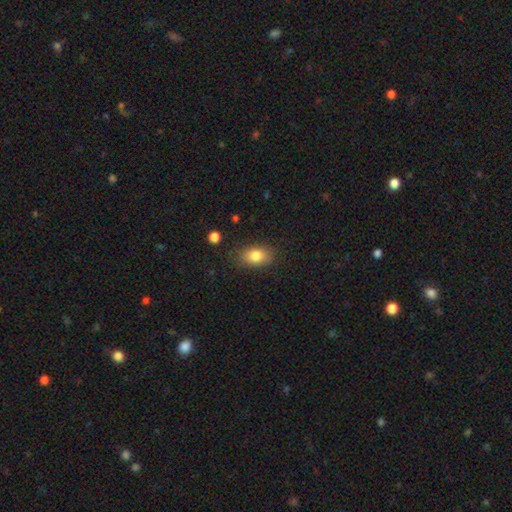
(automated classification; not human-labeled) Smooth or featured? smooth (83%)
How rounded? in between (82%)
Merging? none (80%)